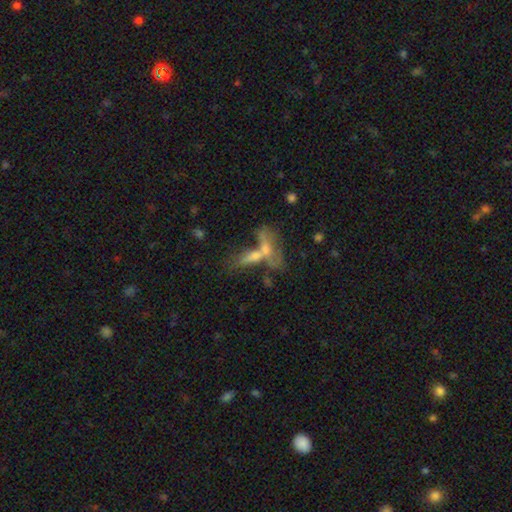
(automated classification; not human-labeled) A smooth galaxy with no disk features (46%).

Vote fractions:
- Smooth or featured? smooth: 46% / featured or disk: 40% / star or artifact: 14%
- Merging? merger: 51% / none: 29% / minor disturbance: 10% / major disturbance: 10%